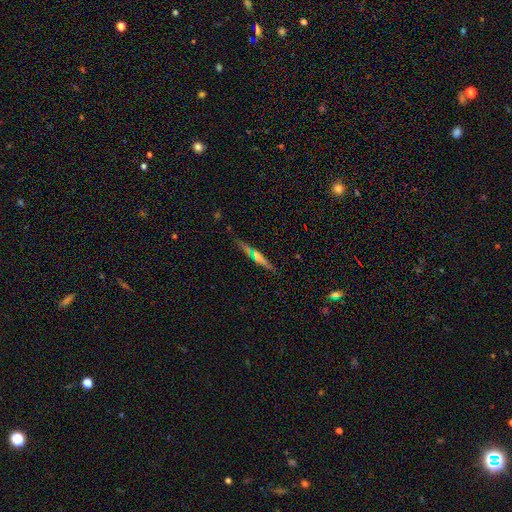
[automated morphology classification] Smooth or featured? featured or disk (44%, tied with smooth)
Merging? none (84%)